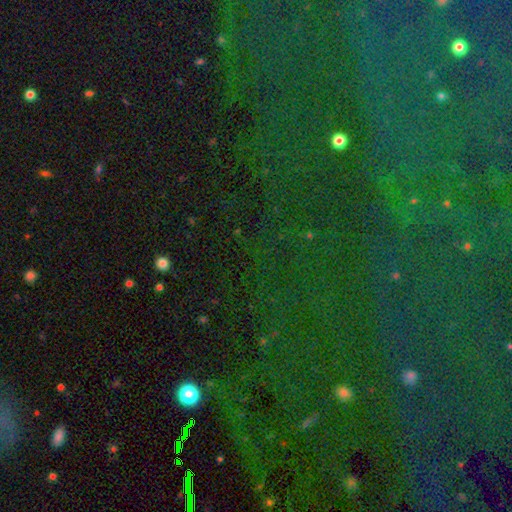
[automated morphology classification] Smooth or featured: star or artifact — 79% (smooth — 12%)